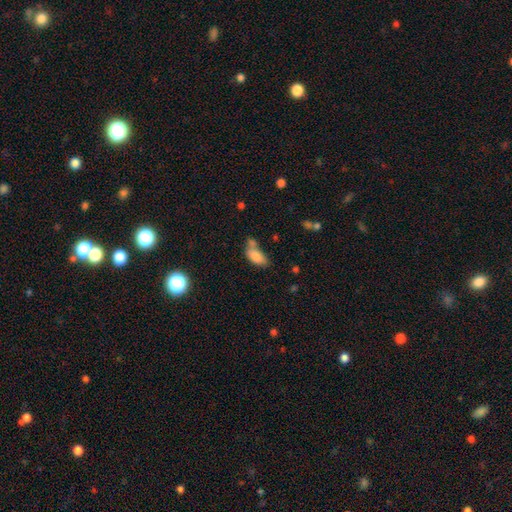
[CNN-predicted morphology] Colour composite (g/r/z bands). It shows a smooth galaxy with no disk features (81%) that is in between round and cigar-shaped (89%). Merging: none (38%).